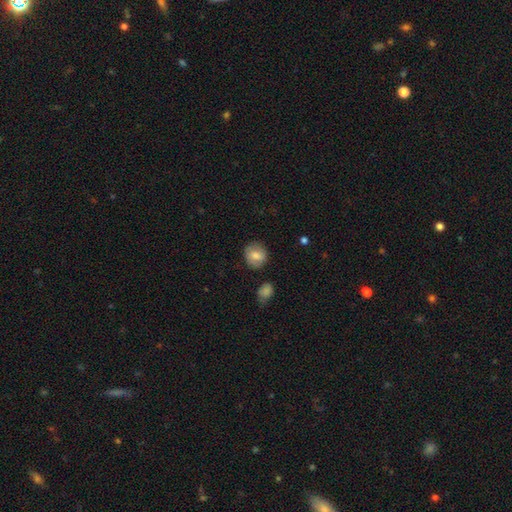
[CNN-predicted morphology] type=smooth (77%); roundness=round (74%); merging=none (80%).